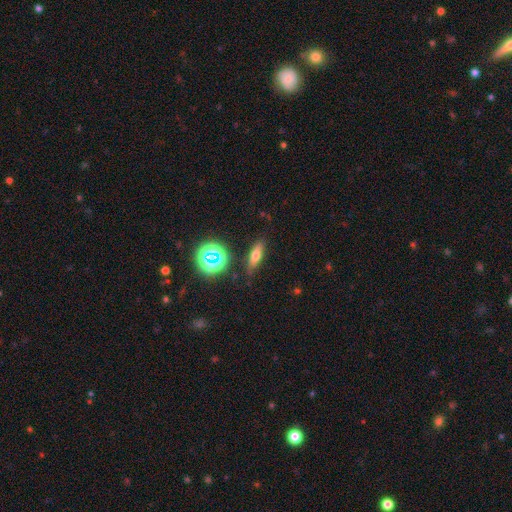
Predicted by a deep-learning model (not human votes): A smooth galaxy with no disk features (57%) that is cigar-shaped (47%). Merging: none (84%).